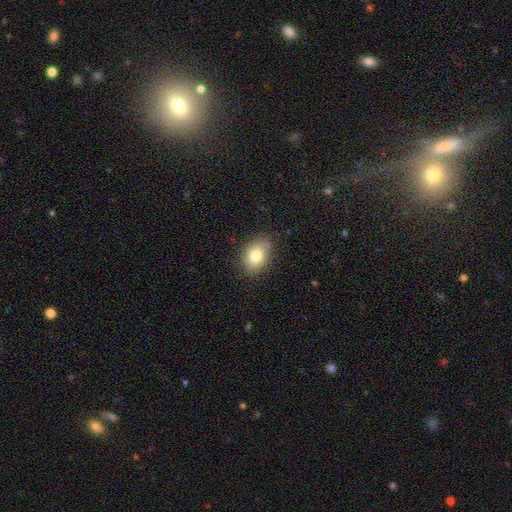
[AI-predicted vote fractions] Smooth or featured? Predicted: smooth (p=0.79). How rounded? Predicted: in between (p=0.82). Merging? Predicted: none (p=0.84).